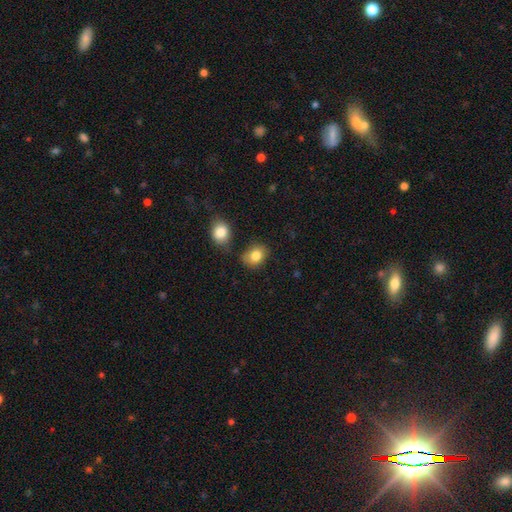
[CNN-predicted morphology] Smooth or featured? smooth (83%)
How rounded? in between (54%)
Merging? none (70%)